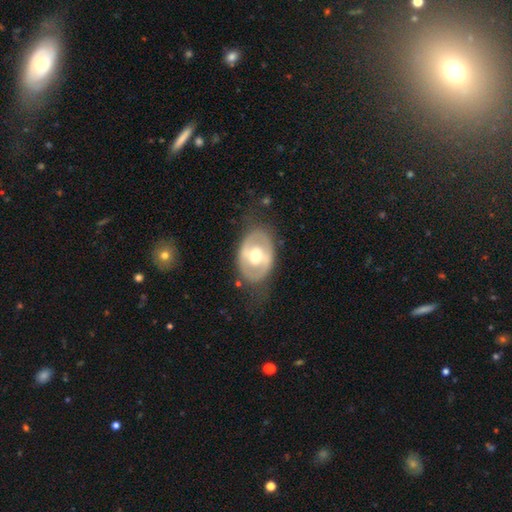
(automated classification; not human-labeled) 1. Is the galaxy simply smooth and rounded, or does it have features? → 62% featured or disk, 33% smooth, 5% star or artifact.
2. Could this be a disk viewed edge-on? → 93% no, 7% yes.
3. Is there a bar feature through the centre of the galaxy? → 39% no, 36% weak, 24% strong.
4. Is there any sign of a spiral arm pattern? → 69% no, 31% yes.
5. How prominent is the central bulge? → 71% moderate, 15% large, 12% small, 1% dominant, 1% none.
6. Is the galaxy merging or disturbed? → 72% none, 18% minor disturbance, 9% major disturbance, 2% merger.